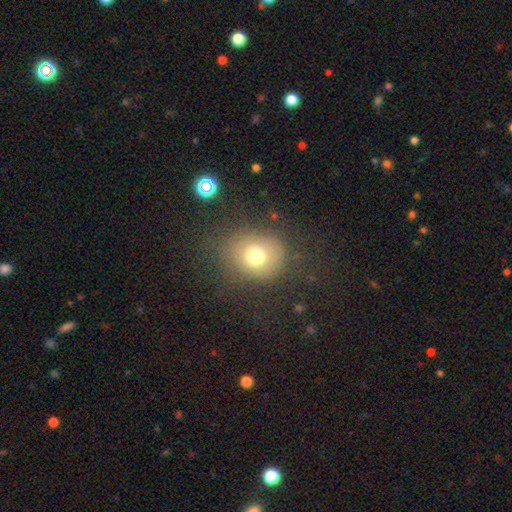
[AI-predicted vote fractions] The model was most divided on "how rounded": round: 74%, in between: 26%, cigar-shaped: 1%. More confident: smooth or featured — smooth (72%); merging — none (70%).